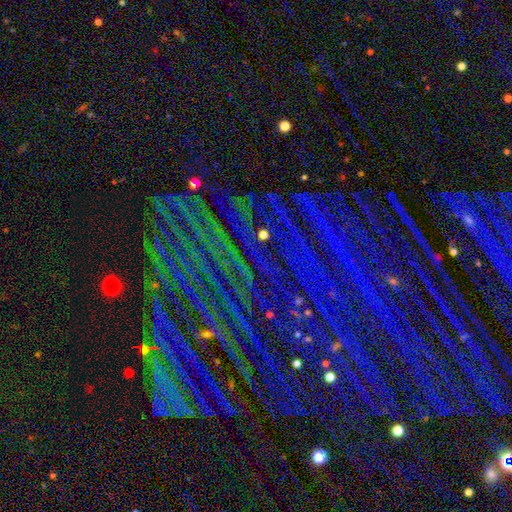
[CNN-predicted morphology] This is clearly a star or artifact rather than a galaxy (86%).